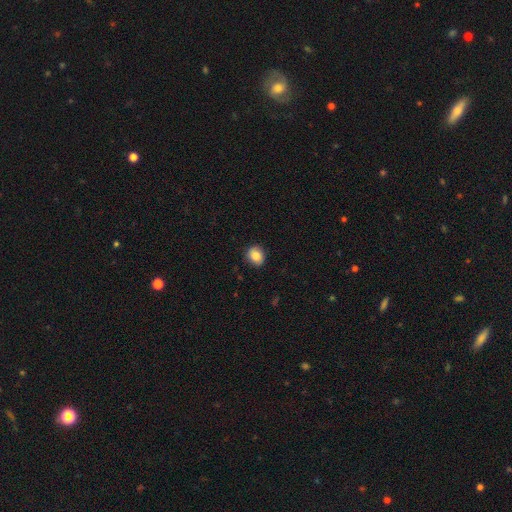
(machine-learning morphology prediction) Smooth or featured? smooth (86%)
How rounded? round (63%)
Merging? none (86%)